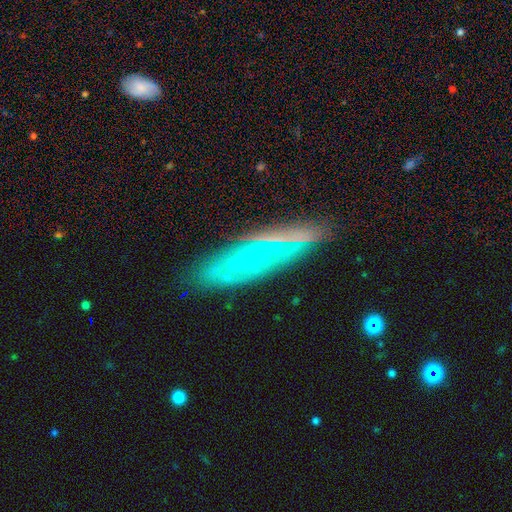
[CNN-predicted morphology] featured or disk 70%, smooth 22%, star or artifact 9%. Down the decision tree: edge-on disk — no (64%); merging — none (74%).